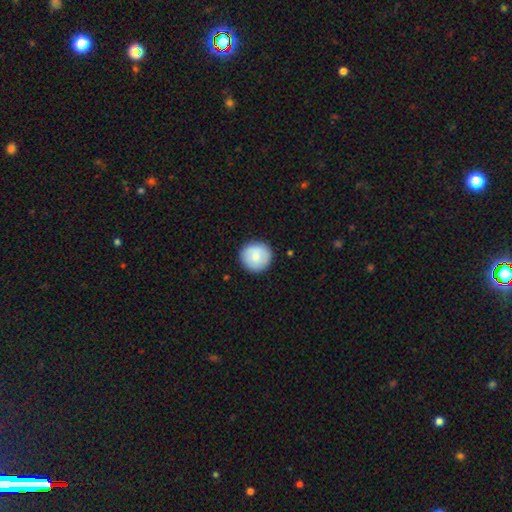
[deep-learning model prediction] Smooth or featured: smooth — 80% (featured or disk — 14%)
How rounded: round — 95% (in between — 5%)
Merging: none — 89% (minor disturbance — 8%)